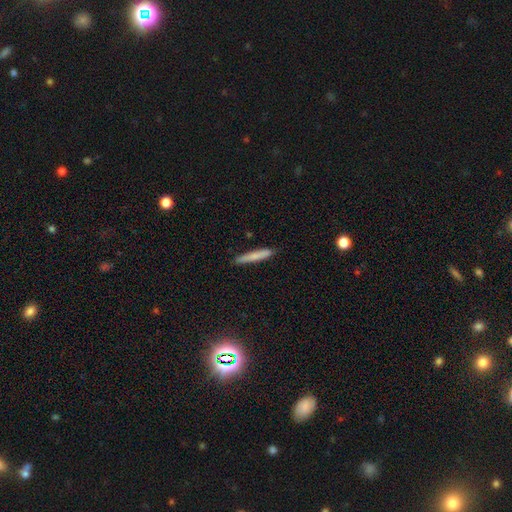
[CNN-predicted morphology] Overall: smooth (75%). How rounded: cigar-shaped (94%). Merging: none (88%).